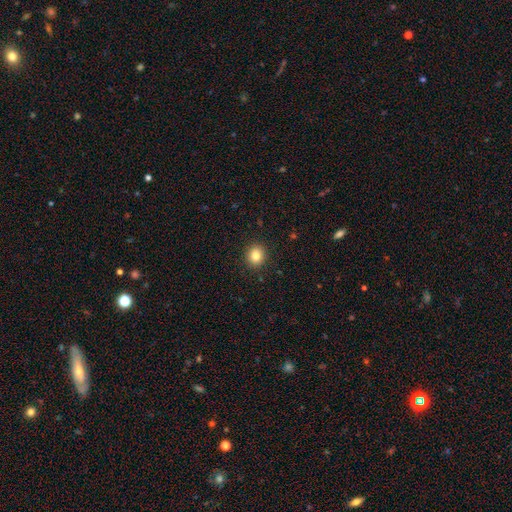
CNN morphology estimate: Smooth or featured?
  - smooth: 83% *
  - star or artifact: 11%
  - featured or disk: 6%
How rounded?
  - round: 82% *
  - in between: 17%
  - cigar-shaped: 1%
Merging?
  - none: 91% *
  - minor disturbance: 6%
  - major disturbance: 2%
  - merger: 1%